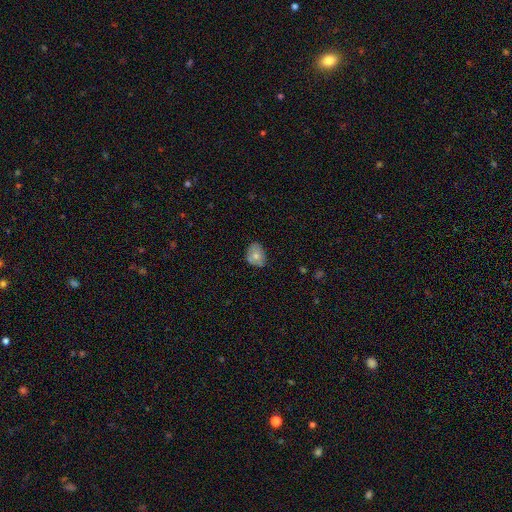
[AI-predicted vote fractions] Smooth or featured?
  - smooth: 70% *
  - featured or disk: 22%
  - star or artifact: 9%
How rounded?
  - in between: 59% *
  - round: 40%
  - cigar-shaped: 1%
Merging?
  - none: 59% *
  - minor disturbance: 32%
  - major disturbance: 7%
  - merger: 2%